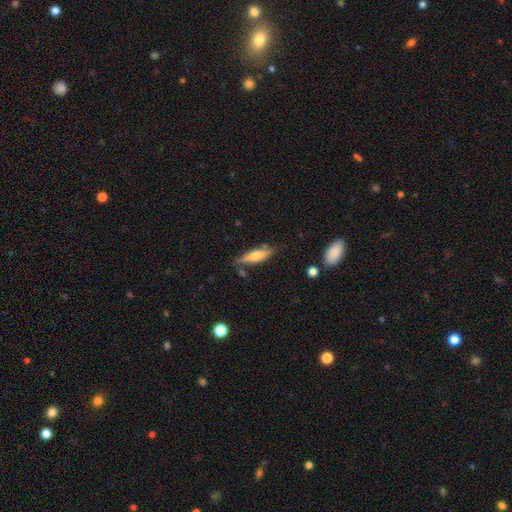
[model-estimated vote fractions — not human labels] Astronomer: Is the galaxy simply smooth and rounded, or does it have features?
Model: smooth — 54% (runner-up: featured or disk, 39%).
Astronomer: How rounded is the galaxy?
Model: cigar-shaped — 63%.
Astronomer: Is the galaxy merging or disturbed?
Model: none — 70%.